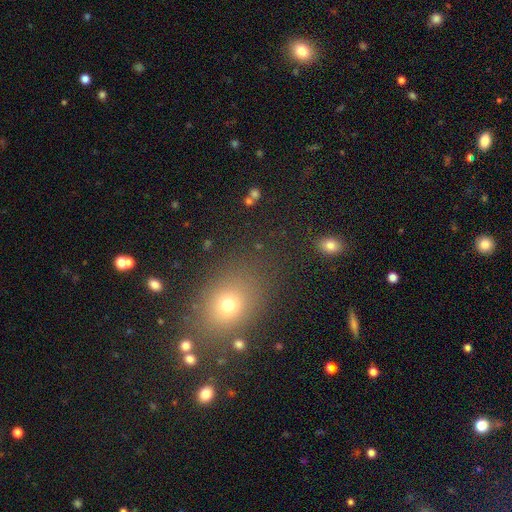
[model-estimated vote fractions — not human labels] A smooth galaxy with no disk features (59%) that is in between round and cigar-shaped (51%). Merging: none (83%).